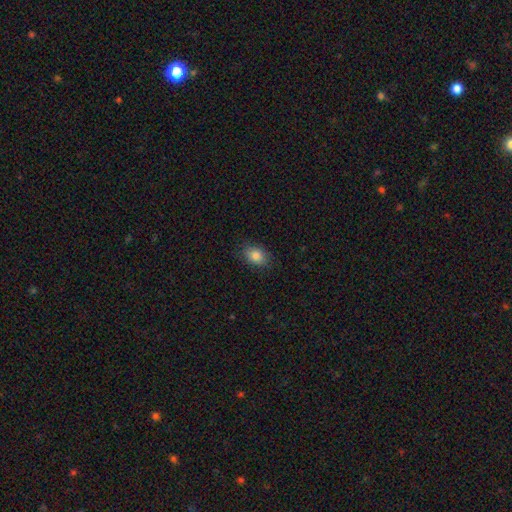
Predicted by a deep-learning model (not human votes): This appears to be a smooth galaxy with no disk features (83%) that is in between round and cigar-shaped (73%). Merging: none (83%).